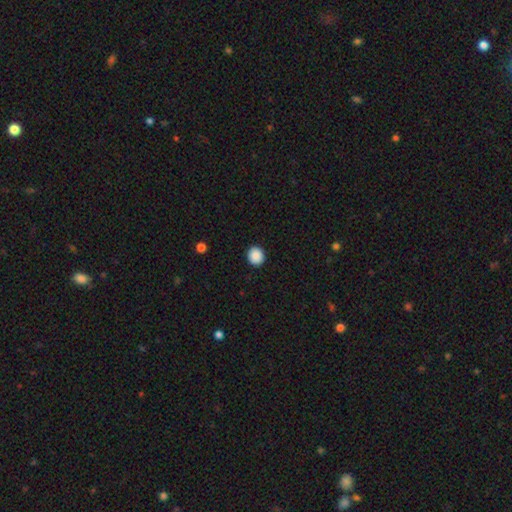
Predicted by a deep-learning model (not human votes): This is clearly a smooth galaxy (89%). How rounded: clearly round (86%). Merging: clearly none (93%).